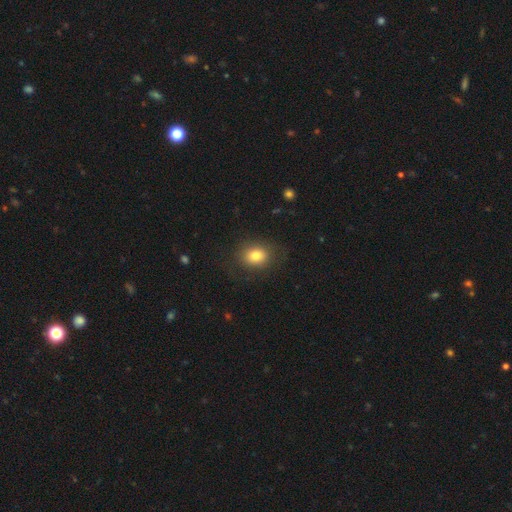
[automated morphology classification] type=smooth (80%); roundness=round (51%); merging=none (80%).